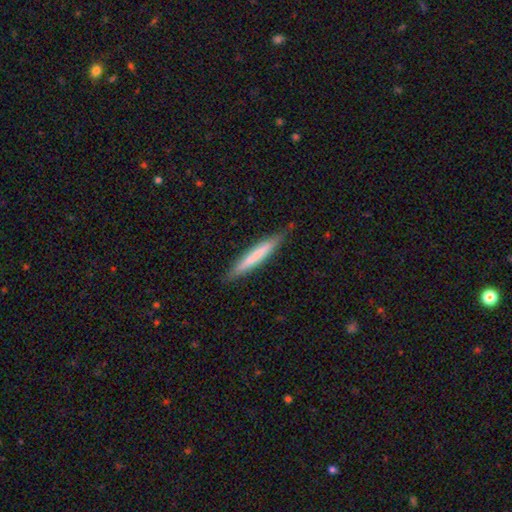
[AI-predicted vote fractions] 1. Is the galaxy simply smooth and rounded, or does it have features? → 62% smooth, 32% featured or disk, 6% star or artifact.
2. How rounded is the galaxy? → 94% cigar-shaped, 4% in between, 1% round.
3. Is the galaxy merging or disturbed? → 85% none, 12% minor disturbance, 2% major disturbance, 1% merger.